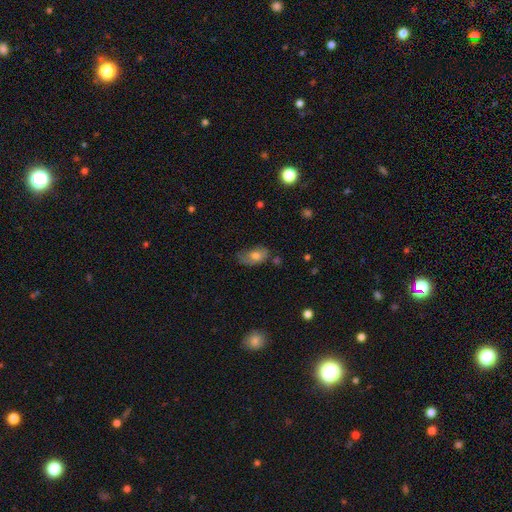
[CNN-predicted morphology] Q: Smooth or featured?
A: smooth (66%); runner-up: featured or disk (25%)
Q: How rounded?
A: in between (89%); runner-up: round (9%)
Q: Merging?
A: none (42%); runner-up: minor disturbance (36%)